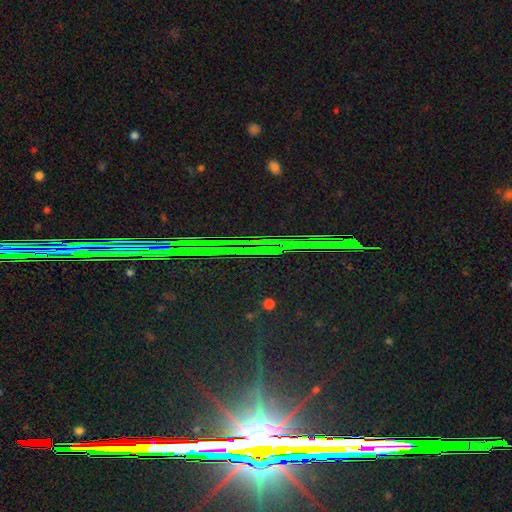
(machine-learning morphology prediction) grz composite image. It shows a star or artifact, not a galaxy (86%).